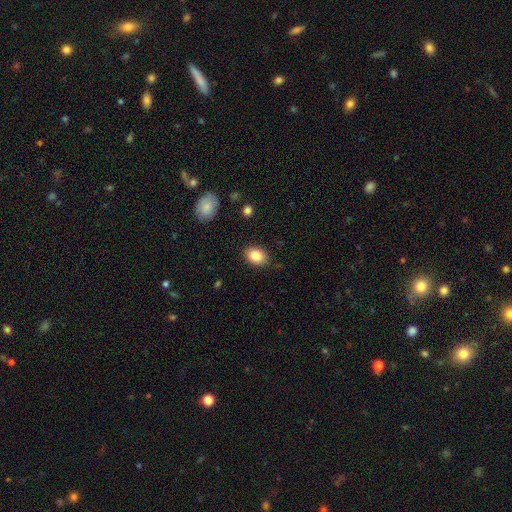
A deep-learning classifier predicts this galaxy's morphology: type=smooth (87%); roundness=in between (74%); merging=none (86%).